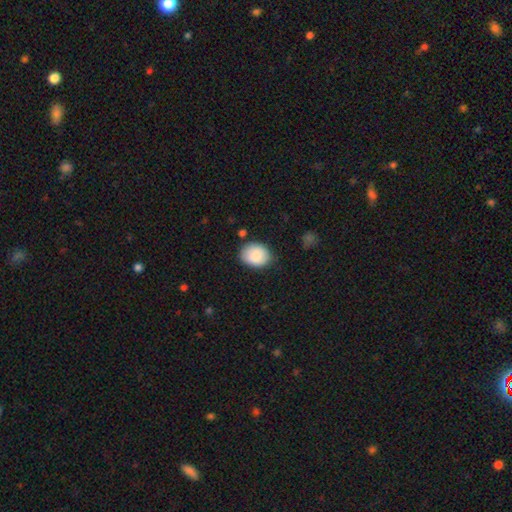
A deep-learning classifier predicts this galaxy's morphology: Q: Smooth or featured?
A: smooth (86%); runner-up: featured or disk (7%)
Q: How rounded?
A: in between (59%); runner-up: round (41%)
Q: Merging?
A: none (76%); runner-up: minor disturbance (18%)